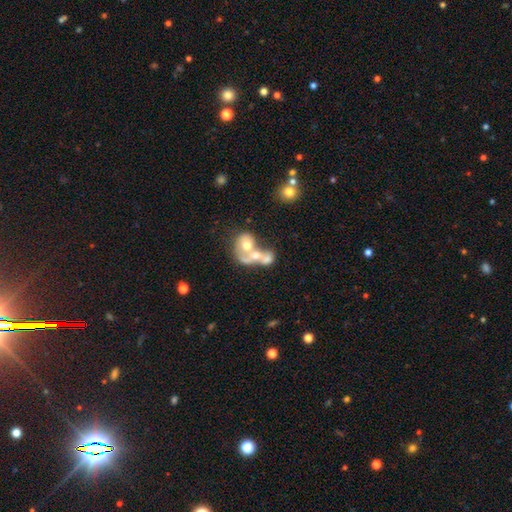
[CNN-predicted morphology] Smooth or featured?
  - smooth: 46% *
  - featured or disk: 44%
  - star or artifact: 10%
Merging?
  - merger: 75% *
  - none: 11%
  - major disturbance: 9%
  - minor disturbance: 5%